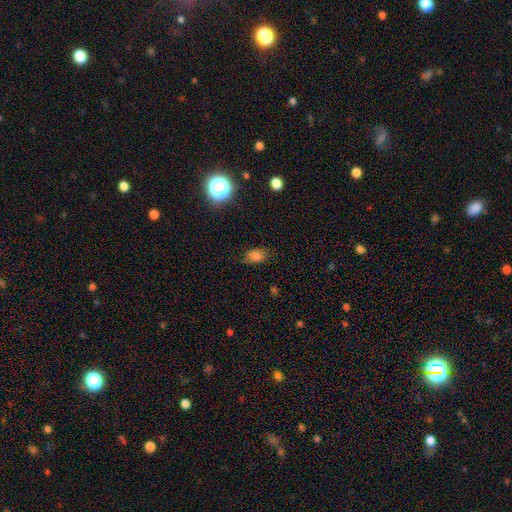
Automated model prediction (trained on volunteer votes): The model was most divided on "merging": none: 72%, minor disturbance: 21%, major disturbance: 6%, merger: 1%. More confident: how rounded — in between (81%); smooth or featured — smooth (77%).